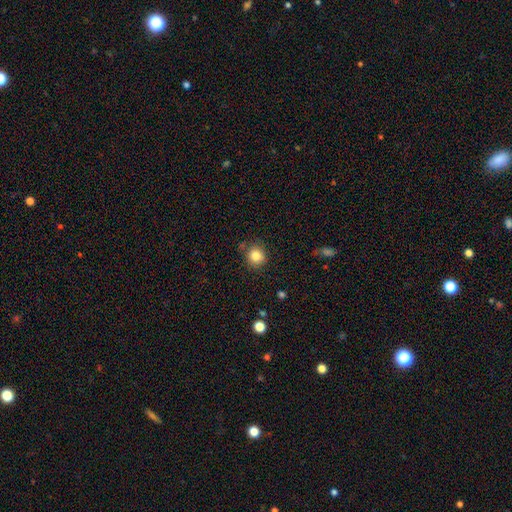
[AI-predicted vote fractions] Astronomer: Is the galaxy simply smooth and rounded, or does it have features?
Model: smooth — 83%.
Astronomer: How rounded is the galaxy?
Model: round — 88%.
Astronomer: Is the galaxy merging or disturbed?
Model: none — 84%.